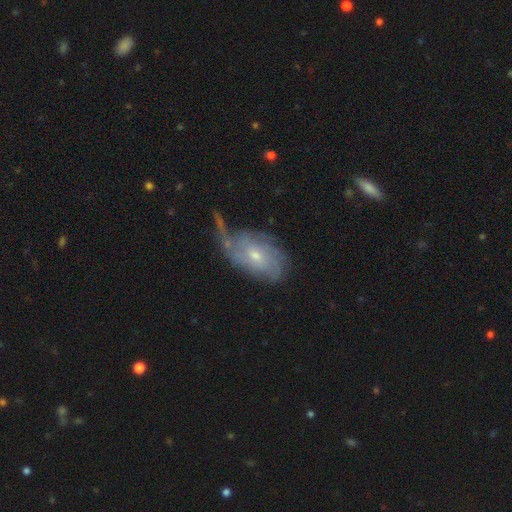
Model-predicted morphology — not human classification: The model was most divided on "merging": none: 36%, major disturbance: 28%, minor disturbance: 27%, merger: 9%. More confident: edge-on disk — no (94%); spiral arms — yes (79%); smooth or featured — featured or disk (65%); bar — no (61%); bulge size — small (60%).